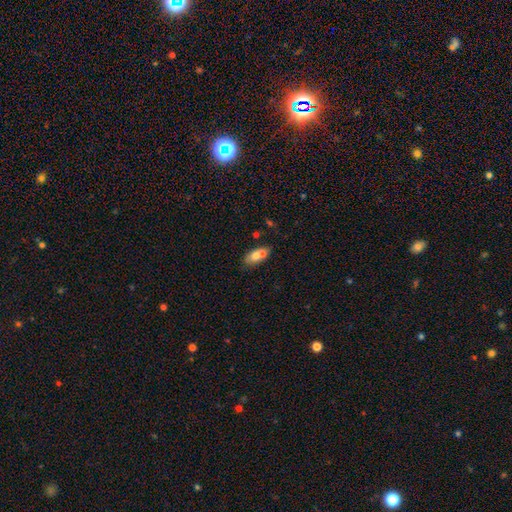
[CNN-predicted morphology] Overall: smooth (69%). How rounded: in between (83%). Merging: none (44%; merger 38%).